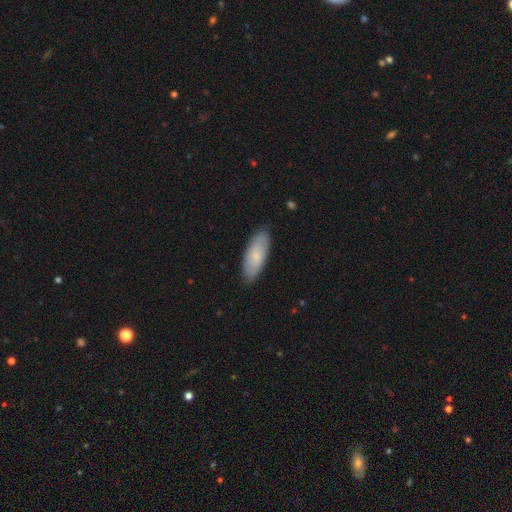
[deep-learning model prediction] This appears to be a smooth galaxy with no disk features (70%) that is in between round and cigar-shaped (74%). Merging: none (86%).